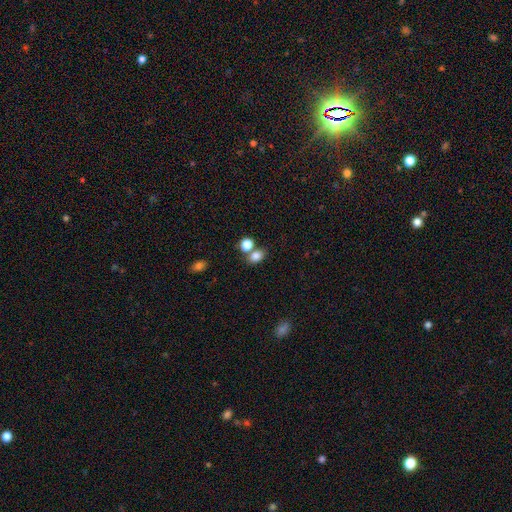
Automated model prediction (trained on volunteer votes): Morphology: type=smooth (81%); roundness=in between (61%); merging=none (53%).